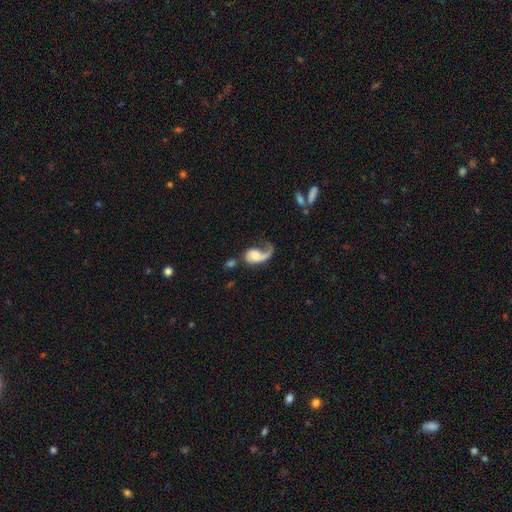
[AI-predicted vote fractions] smooth_or_featured: featured or disk (p=0.67) [alt: smooth p=0.26]
disk_edge_on: no (p=0.97) [alt: yes p=0.03]
bar: no (p=0.72) [alt: weak p=0.23]
has_spiral_arms: yes (p=0.87) [alt: no p=0.13]
spiral_winding: loose (p=0.69) [alt: medium p=0.22]
spiral_arm_count: 1 (p=0.85) [alt: 2 p=0.10]
bulge_size: moderate (p=0.40) [alt: small p=0.30]
merging: major disturbance (p=0.48) [alt: none p=0.28]